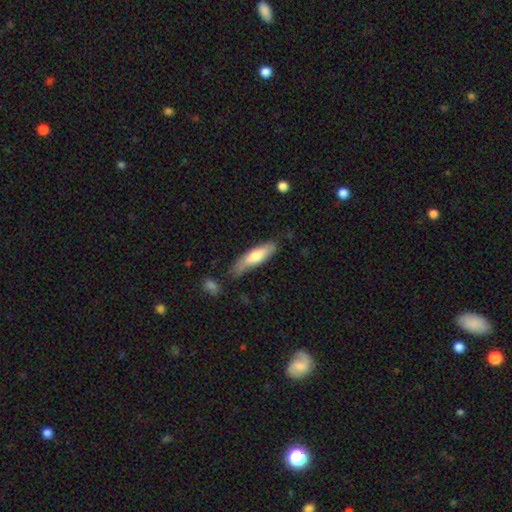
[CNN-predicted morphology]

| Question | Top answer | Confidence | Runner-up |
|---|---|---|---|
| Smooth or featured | smooth | 67% | featured or disk (27%) |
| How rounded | cigar-shaped | 61% | in between (38%) |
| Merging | none | 66% | minor disturbance (24%) |